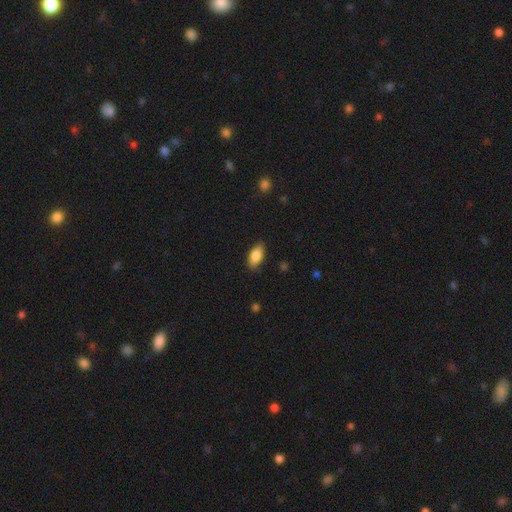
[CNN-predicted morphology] Smooth or featured? Predicted: smooth (p=0.84). How rounded? Predicted: in between (p=0.89). Merging? Predicted: none (p=0.87).